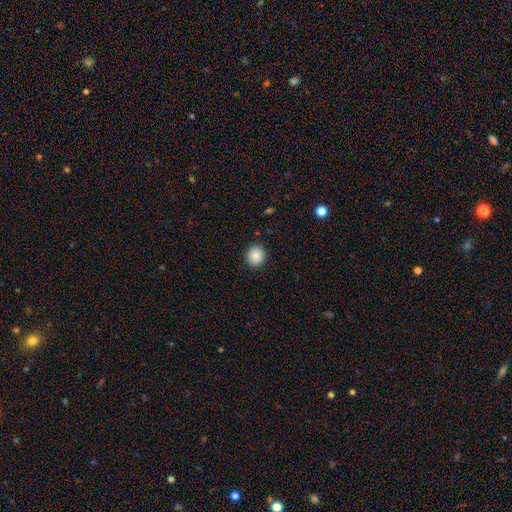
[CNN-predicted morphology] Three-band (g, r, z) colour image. It shows a smooth galaxy with no disk features (87%) that is round (89%). Merging: none (92%).